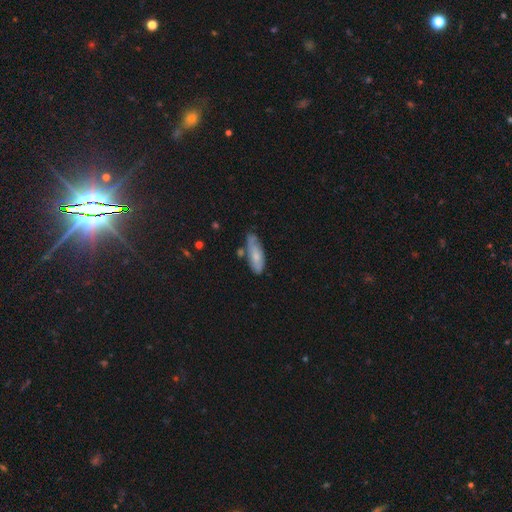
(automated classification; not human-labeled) Q: Smooth or featured?
A: smooth (63%); runner-up: featured or disk (31%)
Q: How rounded?
A: in between (64%); runner-up: cigar-shaped (34%)
Q: Merging?
A: none (55%); runner-up: minor disturbance (30%)